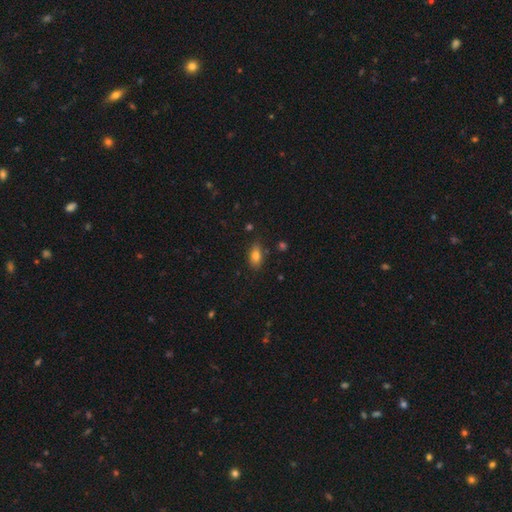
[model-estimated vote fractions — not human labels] Smooth or featured? smooth (81%)
How rounded? in between (87%)
Merging? none (79%)